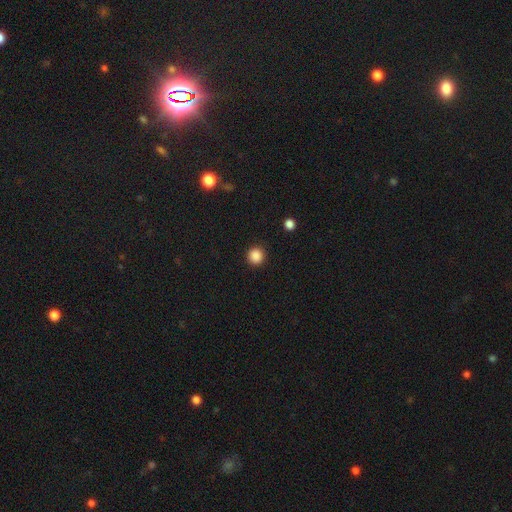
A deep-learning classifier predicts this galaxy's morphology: The model was most divided on "smooth or featured": smooth: 87%, star or artifact: 10%, featured or disk: 2%. More confident: how rounded — round (95%); merging — none (92%).